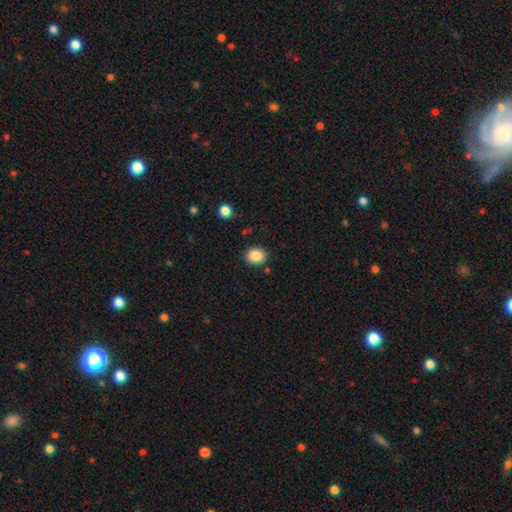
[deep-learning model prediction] Smooth or featured? smooth (88%)
How rounded? round (60%)
Merging? none (87%)